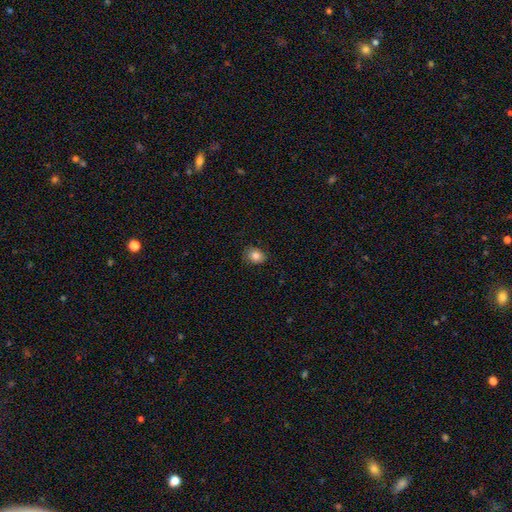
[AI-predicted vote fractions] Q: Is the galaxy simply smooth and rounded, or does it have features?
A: smooth — 84%.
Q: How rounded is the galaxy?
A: round — 56%.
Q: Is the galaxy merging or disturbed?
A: none — 84%.